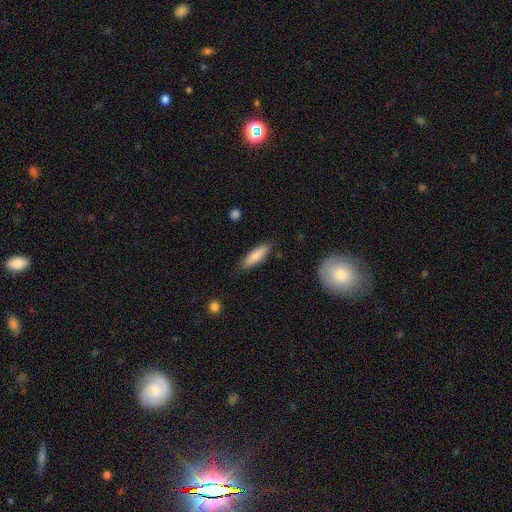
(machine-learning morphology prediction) Smooth or featured: smooth — 82% (featured or disk — 12%)
How rounded: cigar-shaped — 62% (in between — 37%)
Merging: none — 85% (minor disturbance — 11%)